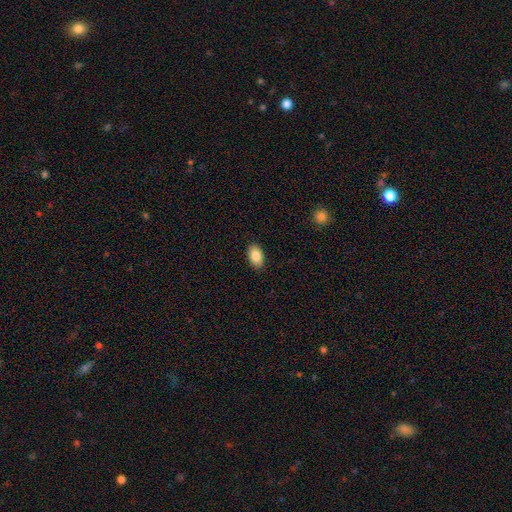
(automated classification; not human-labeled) The model was most divided on "merging": none: 89%, minor disturbance: 8%, major disturbance: 2%, merger: 1%. More confident: how rounded — in between (92%); smooth or featured — smooth (88%).